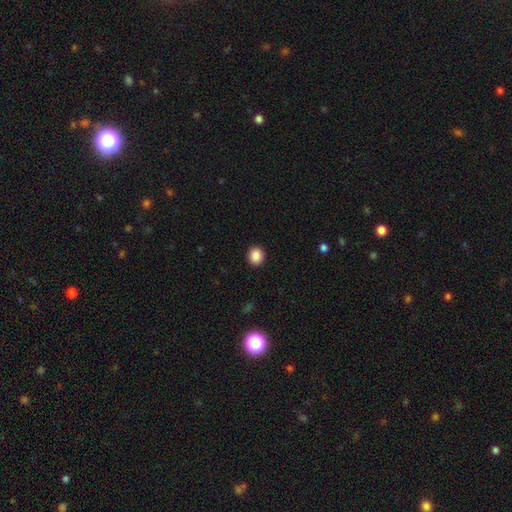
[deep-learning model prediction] smooth-or-featured: smooth: 87% | star or artifact: 9% | featured or disk: 3%
  how-rounded: round: 81% | in between: 18% | cigar-shaped: 1%
  merging: none: 92% | minor disturbance: 6% | major disturbance: 2% | merger: 1%